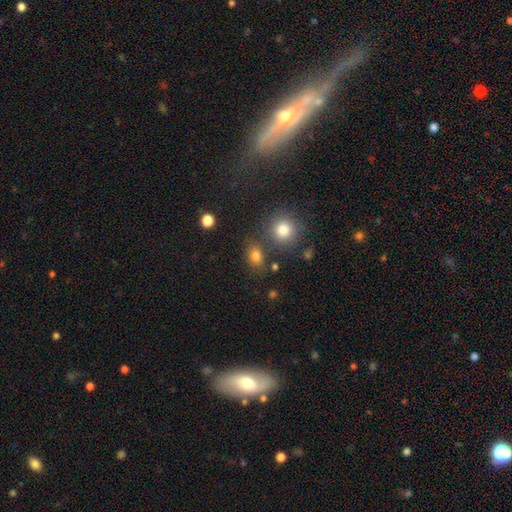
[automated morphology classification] Smooth or featured?
  - smooth: 79% *
  - star or artifact: 14%
  - featured or disk: 7%
How rounded?
  - in between: 55% *
  - round: 44%
  - cigar-shaped: 2%
Merging?
  - none: 70% *
  - merger: 13%
  - minor disturbance: 12%
  - major disturbance: 5%